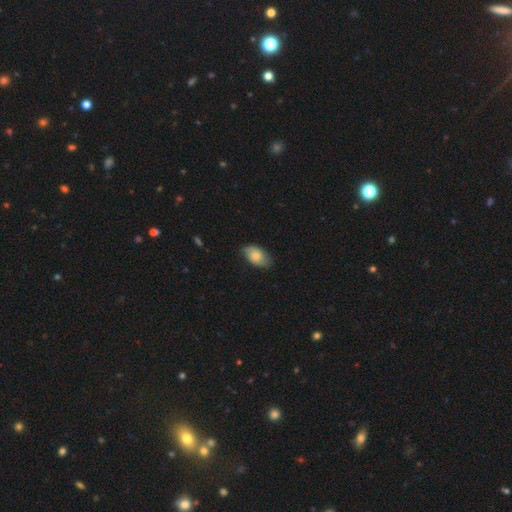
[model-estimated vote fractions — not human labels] Smooth or featured? Predicted: smooth (p=0.69). How rounded? Predicted: in between (p=0.92). Merging? Predicted: none (p=0.77).